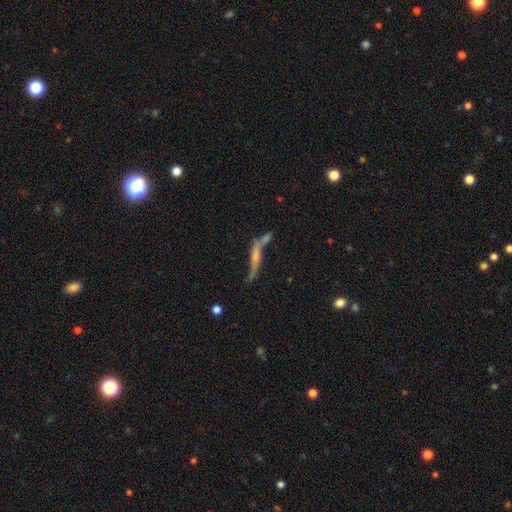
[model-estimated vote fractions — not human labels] smooth-or-featured: featured or disk: 53% | smooth: 38% | star or artifact: 9%
  disk-edge-on: yes: 74% | no: 26%
  merging: none: 41% | merger: 31% | minor disturbance: 17% | major disturbance: 11%